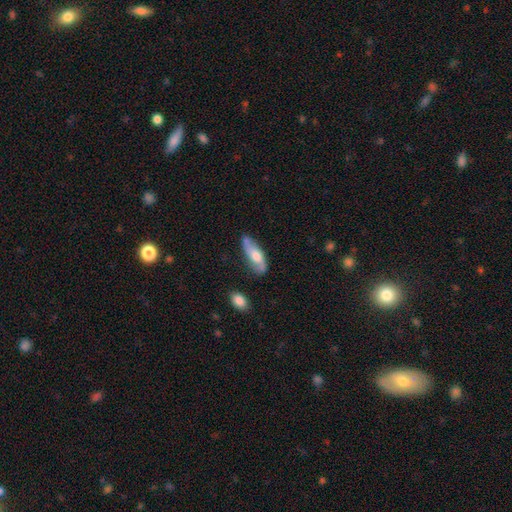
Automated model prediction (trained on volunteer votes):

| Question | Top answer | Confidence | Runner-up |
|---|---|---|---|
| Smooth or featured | smooth | 54% | featured or disk (40%) |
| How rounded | in between | 59% | cigar-shaped (38%) |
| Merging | none | 63% | minor disturbance (26%) |